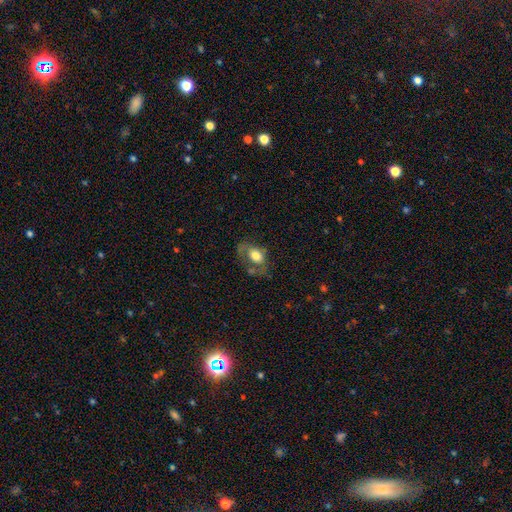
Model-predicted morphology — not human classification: Smooth or featured? smooth (64%)
How rounded? in between (79%)
Merging? none (45%)